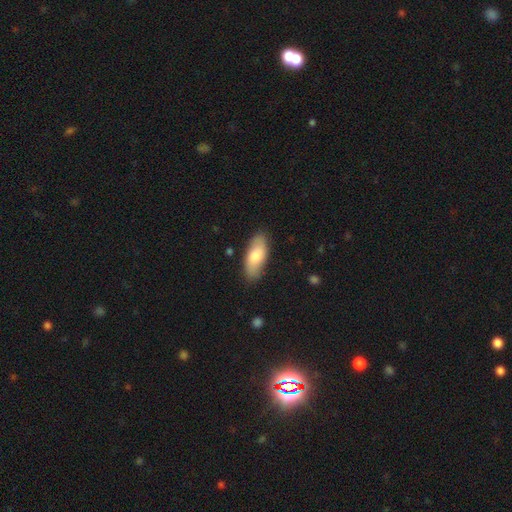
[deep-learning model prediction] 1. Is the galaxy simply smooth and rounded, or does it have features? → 76% smooth, 19% featured or disk, 5% star or artifact.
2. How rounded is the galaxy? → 84% in between, 14% cigar-shaped, 2% round.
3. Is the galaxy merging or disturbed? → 84% none, 12% minor disturbance, 2% major disturbance, 1% merger.